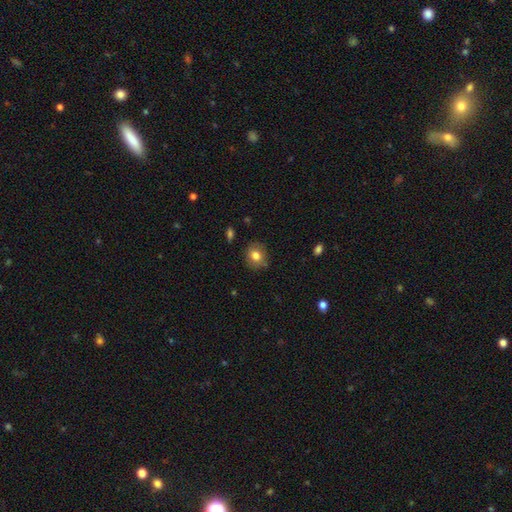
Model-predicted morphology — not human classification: Smooth or featured?
  - smooth: 79% *
  - featured or disk: 12%
  - star or artifact: 9%
How rounded?
  - round: 72% *
  - in between: 27%
  - cigar-shaped: 1%
Merging?
  - none: 82% *
  - minor disturbance: 14%
  - major disturbance: 3%
  - merger: 1%